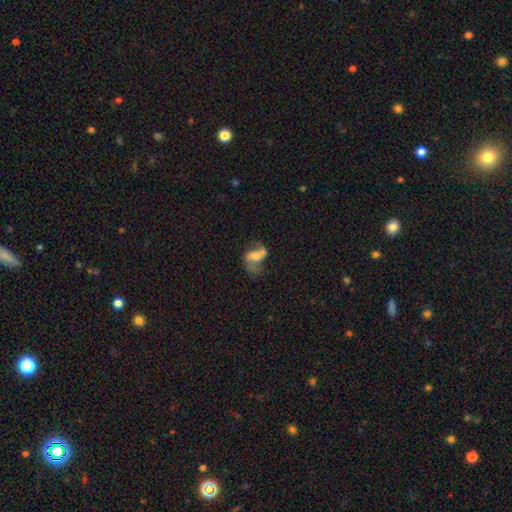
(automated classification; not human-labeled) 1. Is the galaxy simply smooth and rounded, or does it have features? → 77% featured or disk, 15% smooth, 8% star or artifact.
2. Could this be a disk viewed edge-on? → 97% no, 3% yes.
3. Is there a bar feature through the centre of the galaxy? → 42% weak, 36% no, 22% strong.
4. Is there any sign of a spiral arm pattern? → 90% yes, 10% no.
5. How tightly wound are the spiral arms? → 61% loose, 32% medium, 7% tight.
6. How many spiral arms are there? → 89% 2, 4% 1, 4% can't tell, 1% 3, 1% 4, 1% more than 4.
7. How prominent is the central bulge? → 49% moderate, 32% small, 10% large, 8% none, 2% dominant.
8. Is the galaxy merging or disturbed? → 55% none, 19% minor disturbance, 18% major disturbance, 7% merger.